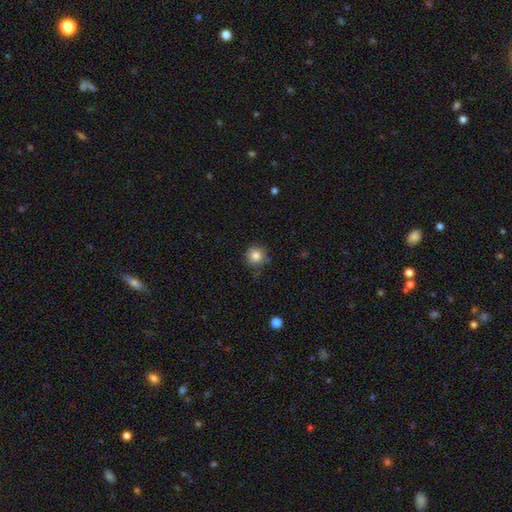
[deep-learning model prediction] smooth_or_featured: smooth (p=0.84) [alt: star or artifact p=0.10]
how_rounded: round (p=0.94) [alt: in between p=0.05]
merging: none (p=0.79) [alt: minor disturbance p=0.15]